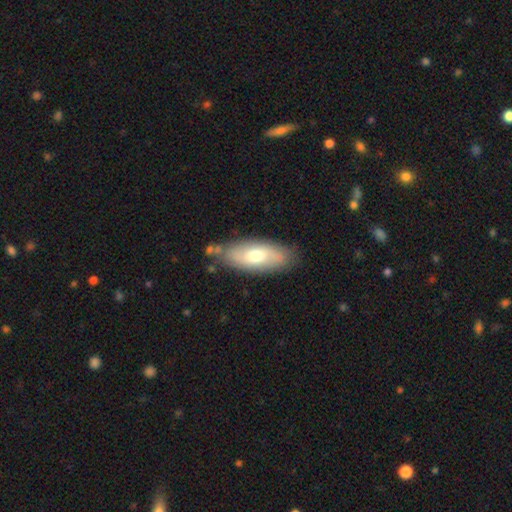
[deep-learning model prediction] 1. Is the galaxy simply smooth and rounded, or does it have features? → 57% smooth, 37% featured or disk, 6% star or artifact.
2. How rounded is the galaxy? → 79% in between, 19% cigar-shaped, 2% round.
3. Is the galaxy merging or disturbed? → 76% none, 17% minor disturbance, 4% merger, 3% major disturbance.